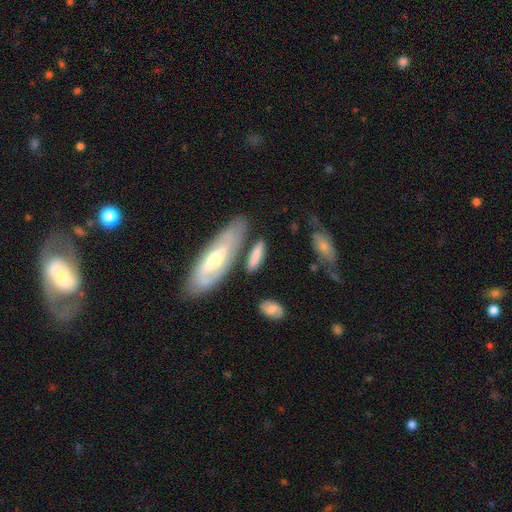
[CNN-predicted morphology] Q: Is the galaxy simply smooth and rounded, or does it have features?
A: smooth — 68%.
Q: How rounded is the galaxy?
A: cigar-shaped — 59%.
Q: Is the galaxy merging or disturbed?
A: none — 68%.